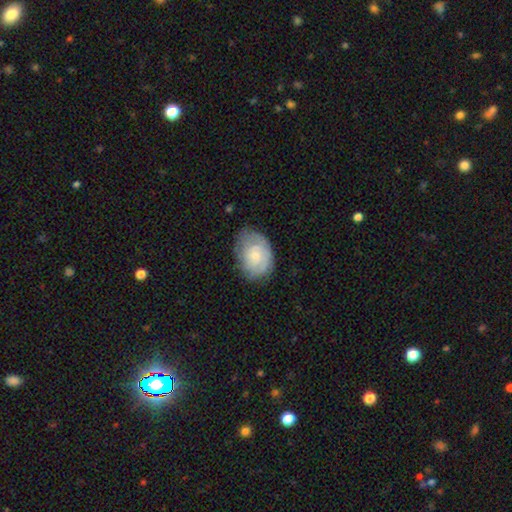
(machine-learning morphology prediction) Smooth or featured? Predicted: smooth (p=0.50). How rounded? Predicted: in between (p=0.74). Merging? Predicted: none (p=0.65).